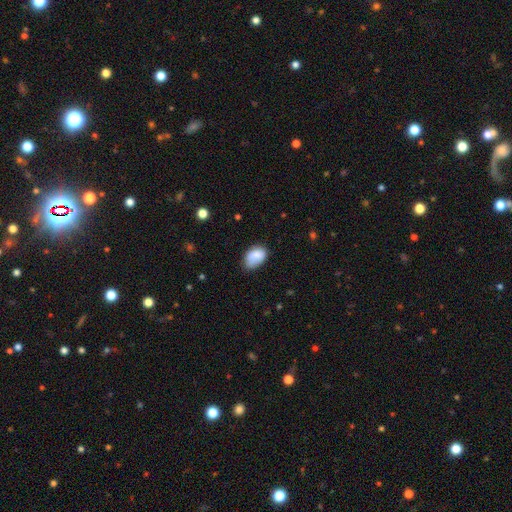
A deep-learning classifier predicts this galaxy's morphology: smooth_or_featured: smooth (p=0.83) [alt: featured or disk p=0.09]
how_rounded: in between (p=0.86) [alt: round p=0.13]
merging: none (p=0.57) [alt: minor disturbance p=0.32]